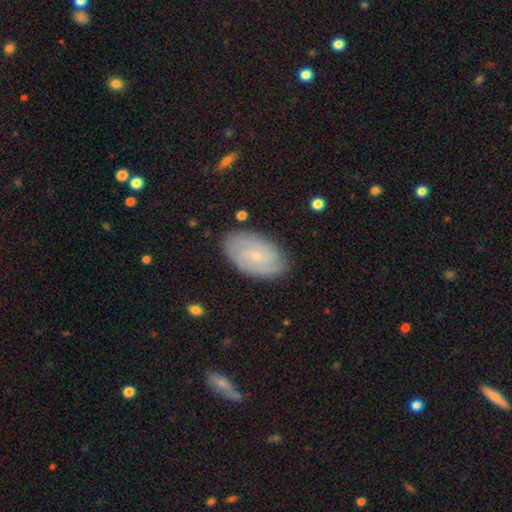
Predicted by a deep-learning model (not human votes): smooth-or-featured: featured or disk: 72% | smooth: 21% | star or artifact: 7%
  disk-edge-on: no: 96% | yes: 4%
    bar: no: 62% | weak: 33% | strong: 5%
    has-spiral-arms: yes: 93% | no: 7%
      spiral-winding: tight: 61% | medium: 31% | loose: 8%
      spiral-arm-count: 2: 44% | can't tell: 27% | 3: 15% | 4: 6% | 1: 4% | more than 4: 4%
    bulge-size: small: 80% | moderate: 13% | none: 4% | large: 1% | dominant: 1%
  merging: none: 83% | minor disturbance: 13% | major disturbance: 3% | merger: 1%